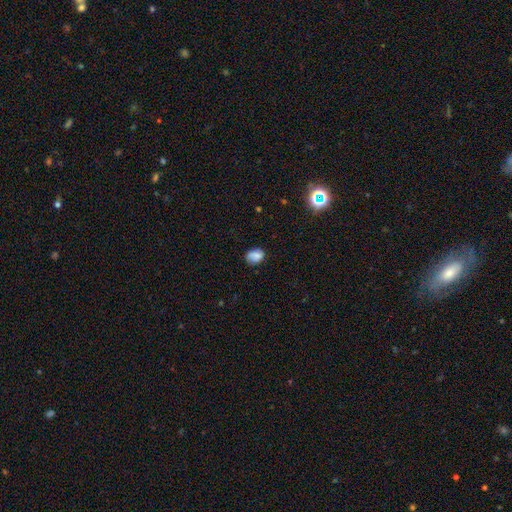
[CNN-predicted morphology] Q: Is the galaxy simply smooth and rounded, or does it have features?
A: smooth — 69%.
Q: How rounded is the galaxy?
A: in between — 65%.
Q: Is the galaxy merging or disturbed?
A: none — 68%.